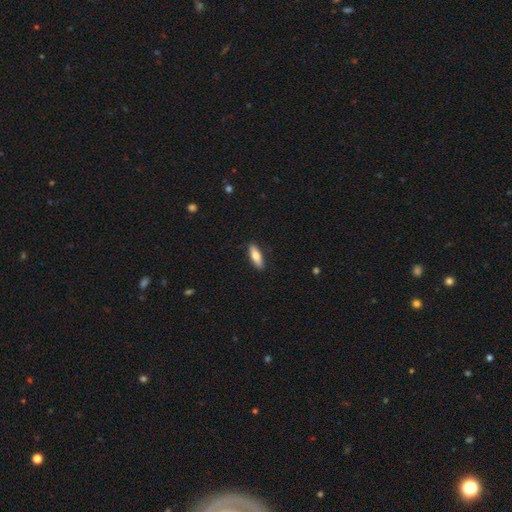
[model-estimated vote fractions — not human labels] smooth-or-featured: smooth: 74% | featured or disk: 20% | star or artifact: 6%
  how-rounded: in between: 52% | cigar-shaped: 46% | round: 2%
  merging: none: 89% | minor disturbance: 9% | major disturbance: 2% | merger: 1%